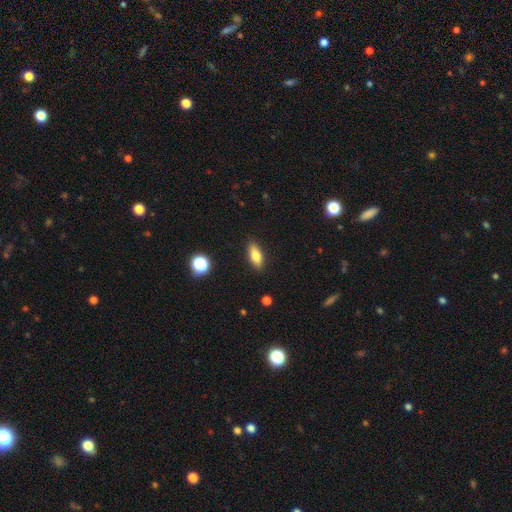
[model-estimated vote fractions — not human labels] smooth 78%, featured or disk 14%, star or artifact 8%. Down the decision tree: how rounded — in between (78%); merging — none (89%).